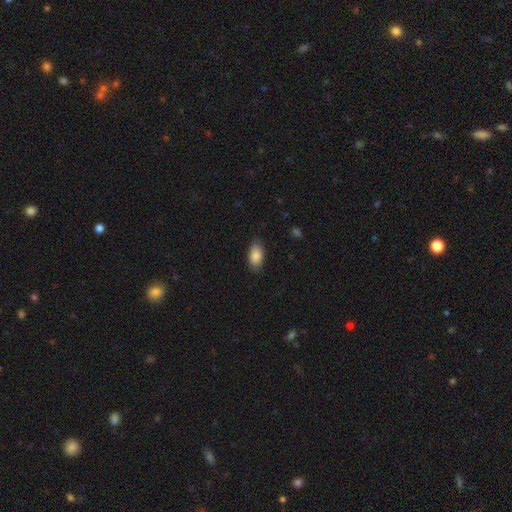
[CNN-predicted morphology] This is clearly a smooth galaxy (87%). How rounded: clearly in between (93%). Merging: clearly none (81%).